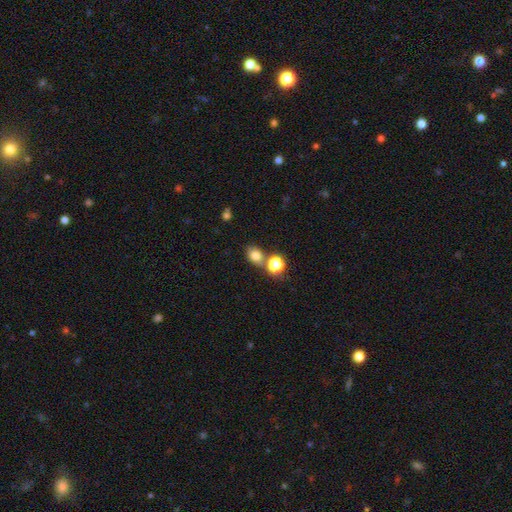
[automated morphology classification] smooth-or-featured: smooth: 77% | star or artifact: 15% | featured or disk: 8%
  how-rounded: in between: 51% | round: 48% | cigar-shaped: 1%
  merging: none: 65% | merger: 21% | minor disturbance: 11% | major disturbance: 3%